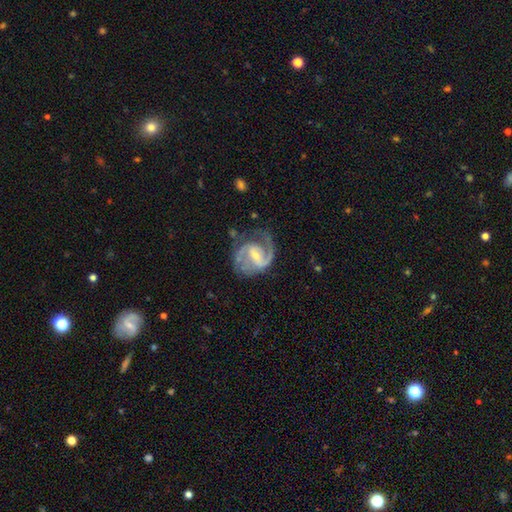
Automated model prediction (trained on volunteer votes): This appears to be a featured or disk galaxy (91%) with a weak bar (49%), 2 (82%) medium (57%) spiral arms (97%) and a small central bulge (57%). Merging: none (65%).